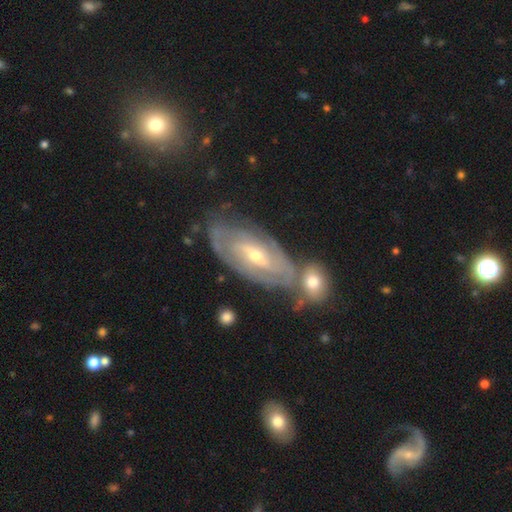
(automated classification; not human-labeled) Smooth or featured? featured or disk (83%)
Edge-on disk? no (92%)
Bar? weak (43%)
Spiral arms? yes (91%)
Spiral winding? tight (75%)
Spiral arm count? can't tell (45%)
Bulge size? moderate (49%)
Merging? none (61%)